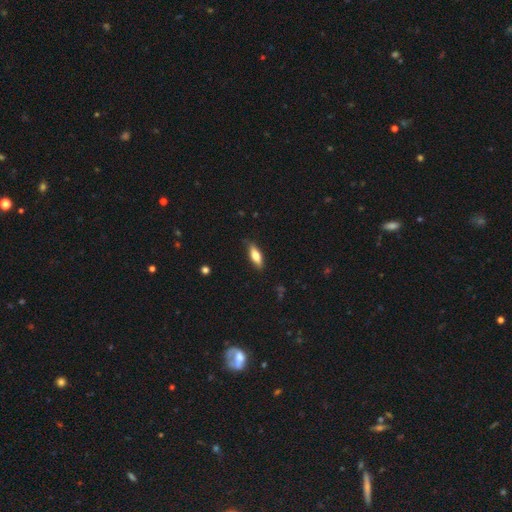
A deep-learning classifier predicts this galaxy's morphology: Smooth or featured?
  - smooth: 69% *
  - featured or disk: 25%
  - star or artifact: 6%
How rounded?
  - in between: 61% *
  - cigar-shaped: 37%
  - round: 2%
Merging?
  - none: 84% *
  - minor disturbance: 13%
  - major disturbance: 2%
  - merger: 1%